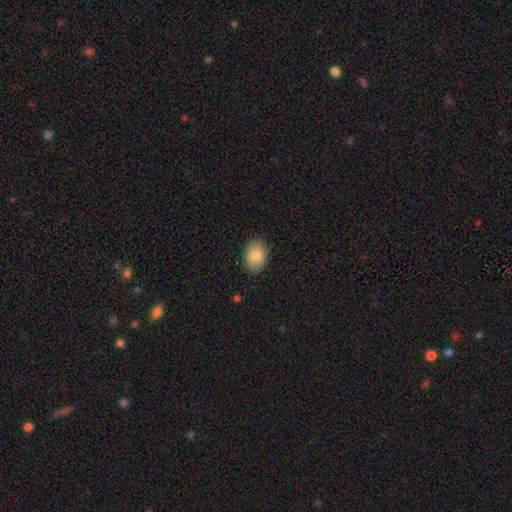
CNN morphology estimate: type=smooth (80%); roundness=in between (80%); merging=none (87%).